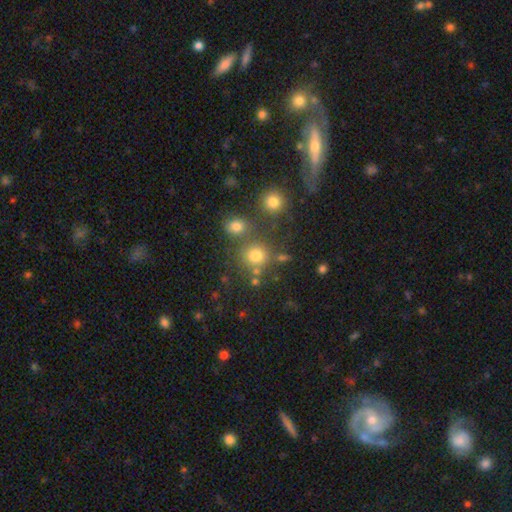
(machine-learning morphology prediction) Overall: smooth (75%). How rounded: round (88%). Merging: none (67%).